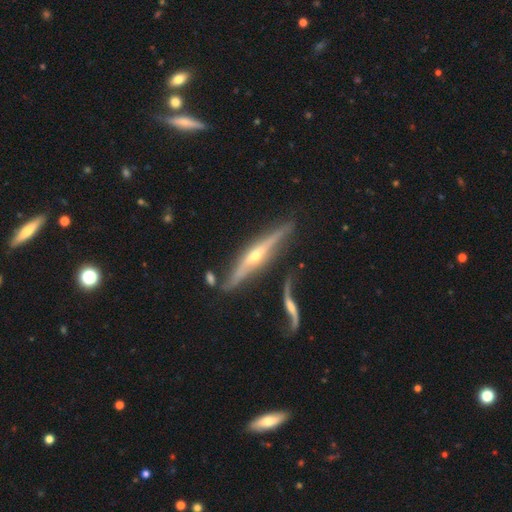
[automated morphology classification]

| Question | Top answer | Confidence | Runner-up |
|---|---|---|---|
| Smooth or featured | featured or disk | 82% | smooth (12%) |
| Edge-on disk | yes | 94% | no (6%) |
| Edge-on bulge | rounded | 86% | none (10%) |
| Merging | none | 69% | minor disturbance (16%) |